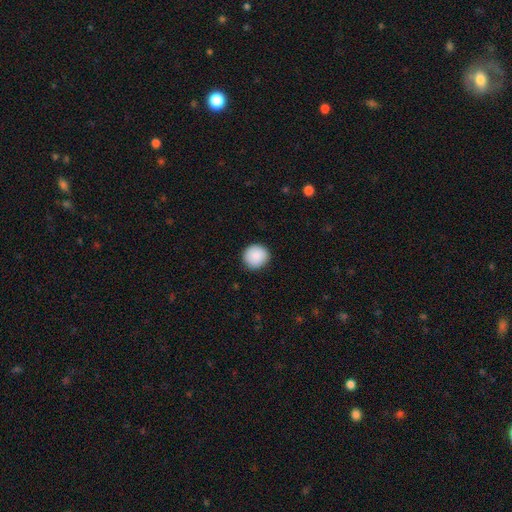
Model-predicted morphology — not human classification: A smooth galaxy with no disk features (89%) that is round (93%).

Vote fractions:
- Smooth or featured? smooth: 89% / star or artifact: 7% / featured or disk: 4%
- How rounded? round: 93% / in between: 6% / cigar-shaped: 1%
- Merging? none: 91% / minor disturbance: 6% / major disturbance: 2% / merger: 1%